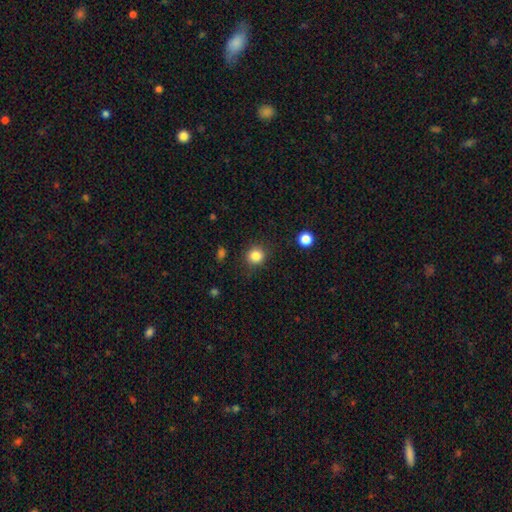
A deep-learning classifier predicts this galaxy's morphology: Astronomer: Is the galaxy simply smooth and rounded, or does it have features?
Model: smooth — 84%.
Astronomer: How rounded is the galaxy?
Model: round — 90%.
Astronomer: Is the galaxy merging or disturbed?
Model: none — 87%.